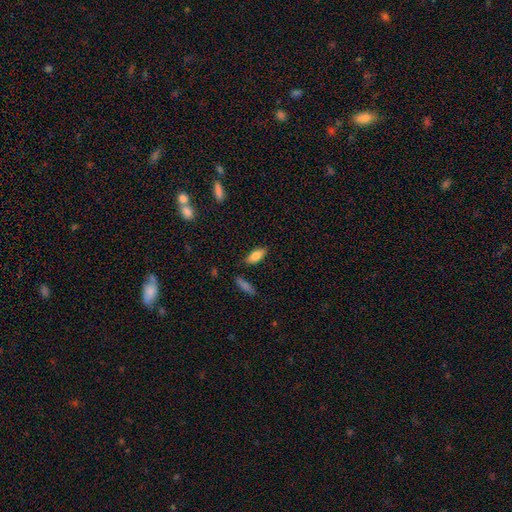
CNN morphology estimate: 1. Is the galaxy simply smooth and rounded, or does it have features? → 80% smooth, 13% featured or disk, 7% star or artifact.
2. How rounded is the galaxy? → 80% in between, 18% cigar-shaped, 2% round.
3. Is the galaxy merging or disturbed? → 84% none, 11% minor disturbance, 3% merger, 2% major disturbance.